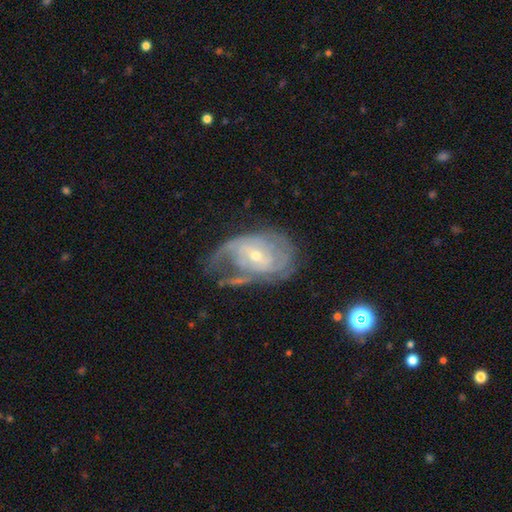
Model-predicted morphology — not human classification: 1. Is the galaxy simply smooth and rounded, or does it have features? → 83% featured or disk, 10% smooth, 7% star or artifact.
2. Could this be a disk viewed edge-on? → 96% no, 4% yes.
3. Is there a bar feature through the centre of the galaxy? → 46% no, 42% weak, 12% strong.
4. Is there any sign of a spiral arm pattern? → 89% yes, 11% no.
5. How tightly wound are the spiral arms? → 54% tight, 33% medium, 13% loose.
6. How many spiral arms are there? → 44% can't tell, 26% 2, 13% 3, 7% 4, 6% 1, 4% more than 4.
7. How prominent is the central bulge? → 65% small, 32% moderate, 1% large, 1% none, 1% dominant.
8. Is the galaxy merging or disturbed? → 40% none, 28% major disturbance, 27% minor disturbance, 5% merger.